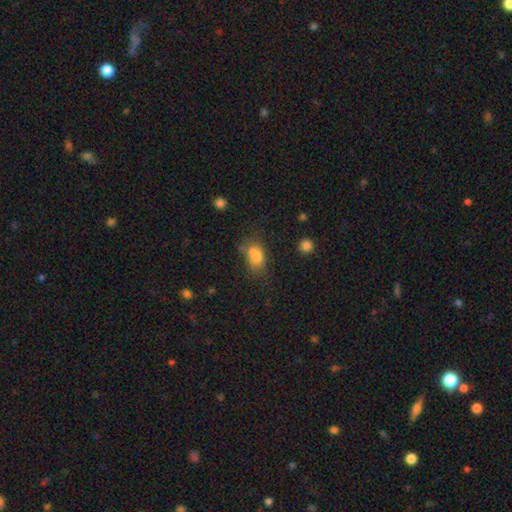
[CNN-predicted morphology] smooth 76%, featured or disk 13%, star or artifact 12%. Down the decision tree: how rounded — in between (79%); merging — none (45%).